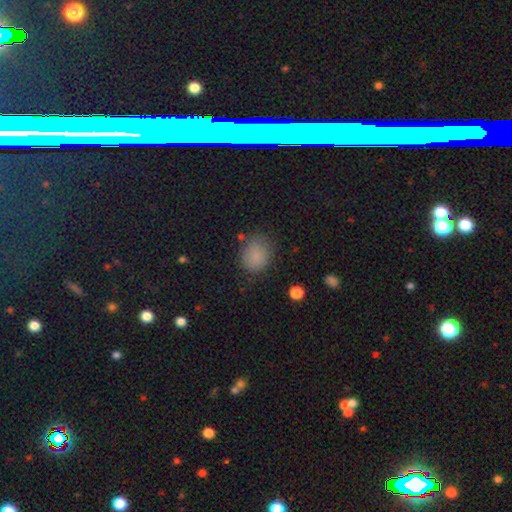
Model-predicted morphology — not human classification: Overall: smooth (84%). How rounded: round (58%; in between 41%). Merging: none (76%).